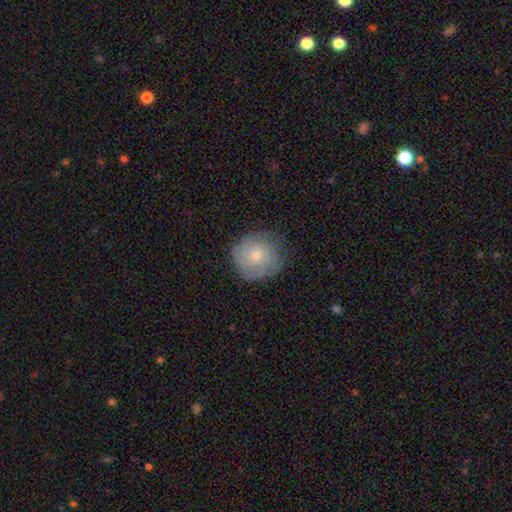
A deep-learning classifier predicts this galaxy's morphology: Smooth or featured? featured or disk (50%)
Edge-on disk? no (97%)
Merging? none (75%)